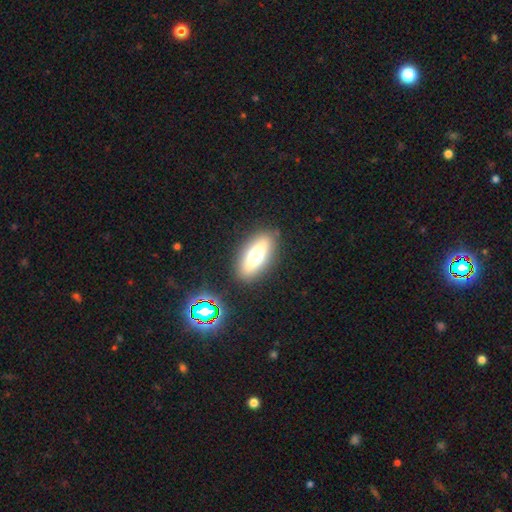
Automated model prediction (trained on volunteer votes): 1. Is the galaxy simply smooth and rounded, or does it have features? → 56% smooth, 33% featured or disk, 11% star or artifact.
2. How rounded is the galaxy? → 70% in between, 25% cigar-shaped, 5% round.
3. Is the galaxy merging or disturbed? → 86% none, 9% minor disturbance, 3% major disturbance, 2% merger.